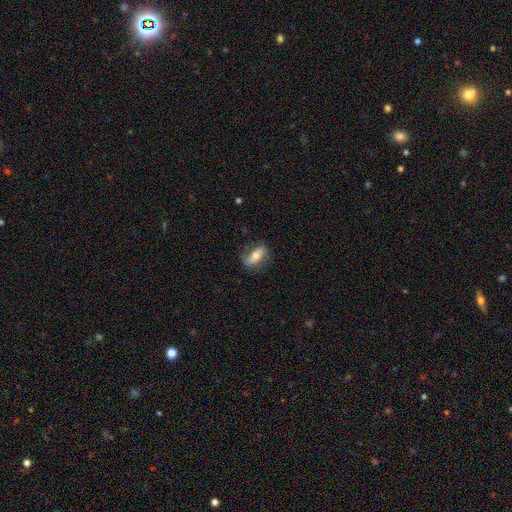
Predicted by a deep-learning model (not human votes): Smooth or featured? featured or disk (52%)
Edge-on disk? no (89%)
Merging? none (67%)